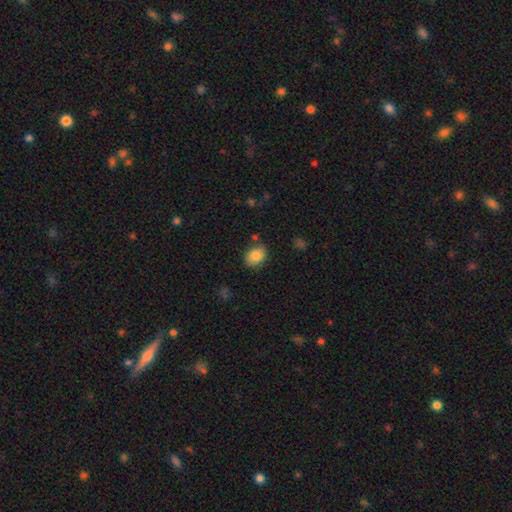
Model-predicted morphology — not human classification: Smooth or featured?
  - smooth: 85% *
  - star or artifact: 8%
  - featured or disk: 7%
How rounded?
  - round: 52% *
  - in between: 47%
  - cigar-shaped: 1%
Merging?
  - none: 80% *
  - minor disturbance: 13%
  - merger: 3%
  - major disturbance: 3%